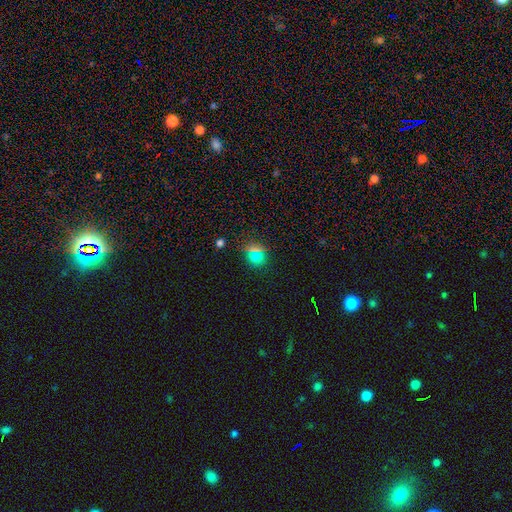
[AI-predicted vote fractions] A smooth galaxy with no disk features (67%) that is round (85%).

Vote fractions:
- Smooth or featured? smooth: 67% / star or artifact: 26% / featured or disk: 7%
- How rounded? round: 85% / in between: 13% / cigar-shaped: 2%
- Merging? none: 84% / minor disturbance: 9% / merger: 4% / major disturbance: 4%